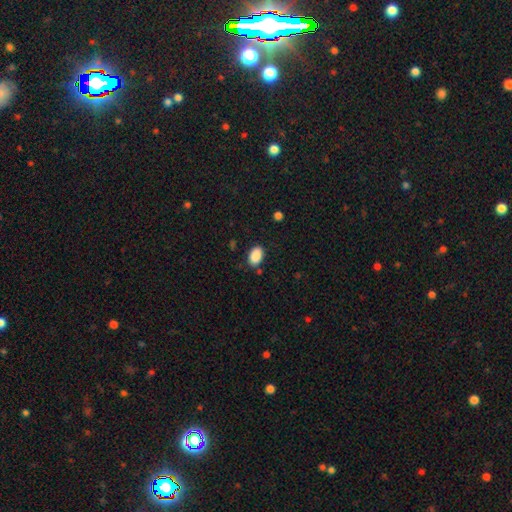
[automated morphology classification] smooth-or-featured: smooth: 89% | star or artifact: 8% | featured or disk: 3%
  how-rounded: in between: 88% | round: 11% | cigar-shaped: 1%
  merging: none: 83% | minor disturbance: 11% | major disturbance: 3% | merger: 2%